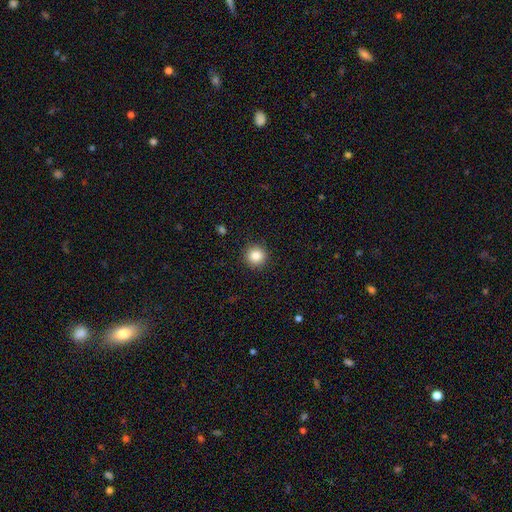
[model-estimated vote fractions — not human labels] Smooth or featured?
  - smooth: 85% *
  - star or artifact: 10%
  - featured or disk: 5%
How rounded?
  - round: 95% *
  - in between: 4%
  - cigar-shaped: 1%
Merging?
  - none: 92% *
  - minor disturbance: 6%
  - major disturbance: 2%
  - merger: 1%